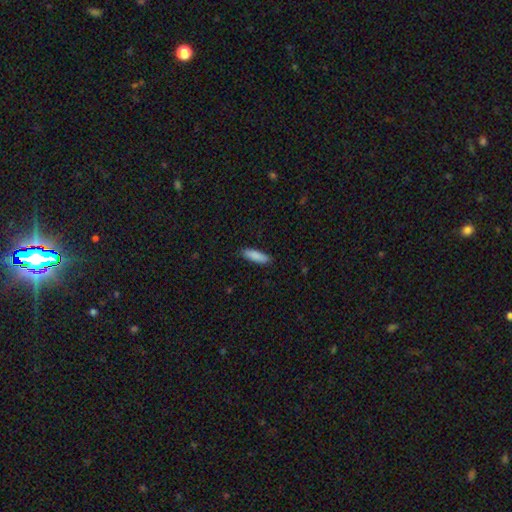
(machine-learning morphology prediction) The model was most divided on "how rounded": cigar-shaped: 57%, in between: 42%, round: 1%. More confident: smooth or featured — smooth (88%); merging — none (87%).